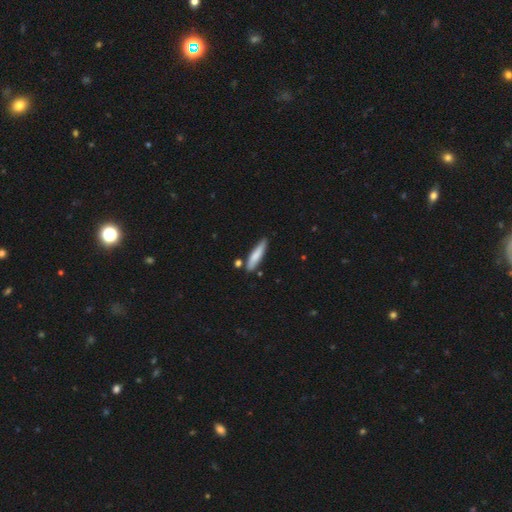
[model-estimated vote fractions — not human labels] Smooth or featured?
  - smooth: 77% *
  - featured or disk: 18%
  - star or artifact: 5%
How rounded?
  - cigar-shaped: 85% *
  - in between: 13%
  - round: 1%
Merging?
  - none: 79% *
  - minor disturbance: 13%
  - merger: 5%
  - major disturbance: 2%